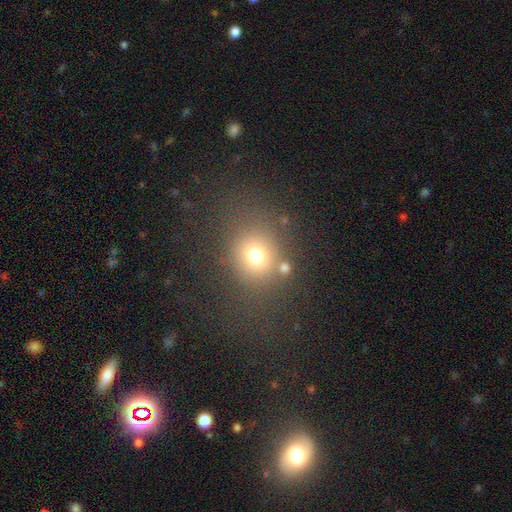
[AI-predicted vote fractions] This appears to be a smooth galaxy with no disk features (73%) that is round (73%). Merging: none (71%).